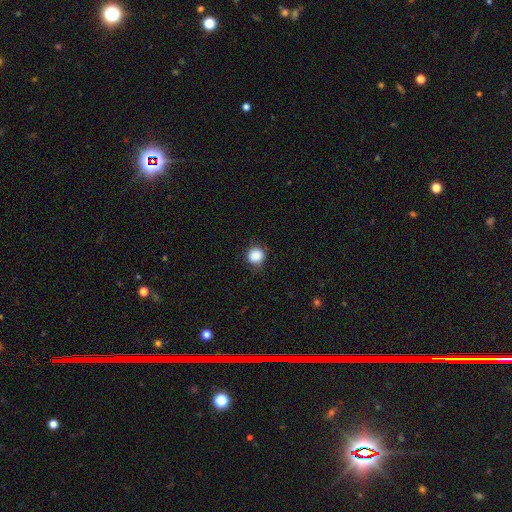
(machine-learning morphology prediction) Smooth or featured? Predicted: smooth (p=0.87). How rounded? Predicted: round (p=0.89). Merging? Predicted: none (p=0.84).